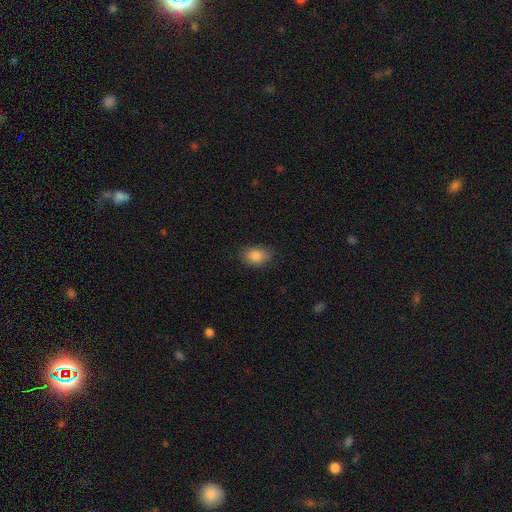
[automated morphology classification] A smooth galaxy with no disk features (85%) that is in between round and cigar-shaped (84%).

Vote fractions:
- Smooth or featured? smooth: 85% / star or artifact: 8% / featured or disk: 7%
- How rounded? in between: 84% / round: 15% / cigar-shaped: 1%
- Merging? none: 83% / minor disturbance: 13% / major disturbance: 3% / merger: 1%